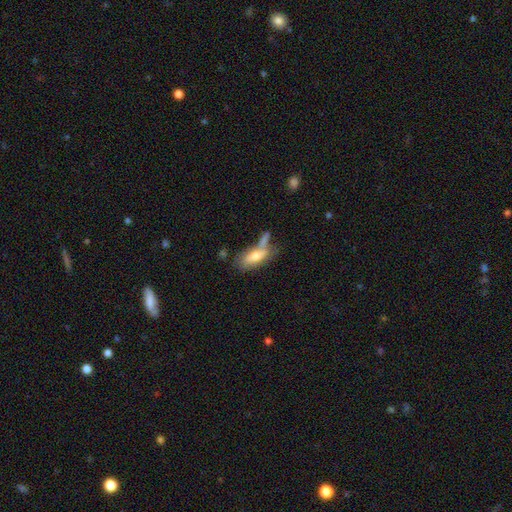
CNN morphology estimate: The model was most divided on "merging": none: 41%, merger: 28%, minor disturbance: 20%, major disturbance: 11%. More confident: how rounded — in between (69%); smooth or featured — smooth (62%).